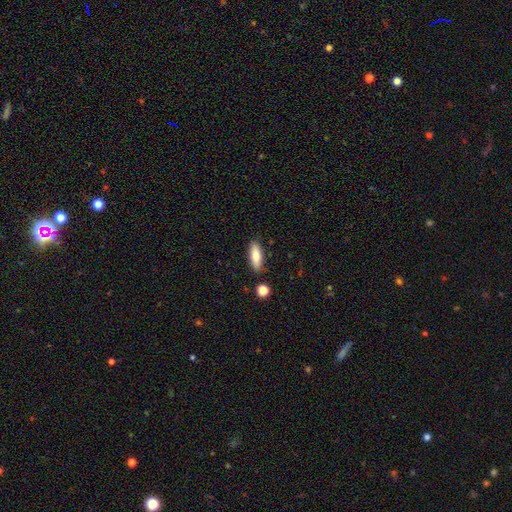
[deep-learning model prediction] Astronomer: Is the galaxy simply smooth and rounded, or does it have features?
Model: smooth — 77%.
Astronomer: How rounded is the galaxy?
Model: in between — 65%.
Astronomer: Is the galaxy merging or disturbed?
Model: none — 84%.